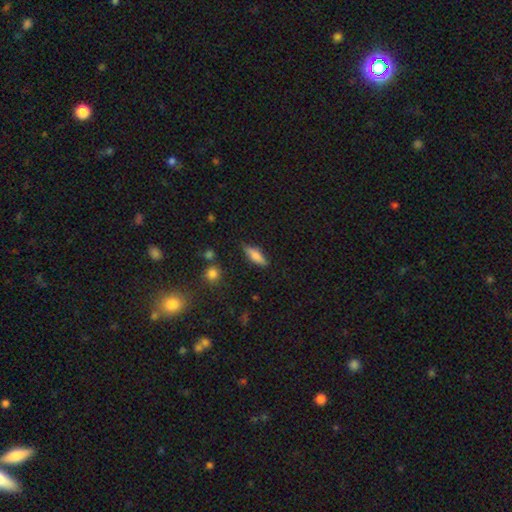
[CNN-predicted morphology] A smooth galaxy with no disk features (66%) that is cigar-shaped (49%).

Vote fractions:
- Smooth or featured? smooth: 66% / featured or disk: 26% / star or artifact: 8%
- How rounded? cigar-shaped: 49% / in between: 48% / round: 3%
- Merging? none: 79% / minor disturbance: 15% / major disturbance: 3% / merger: 2%